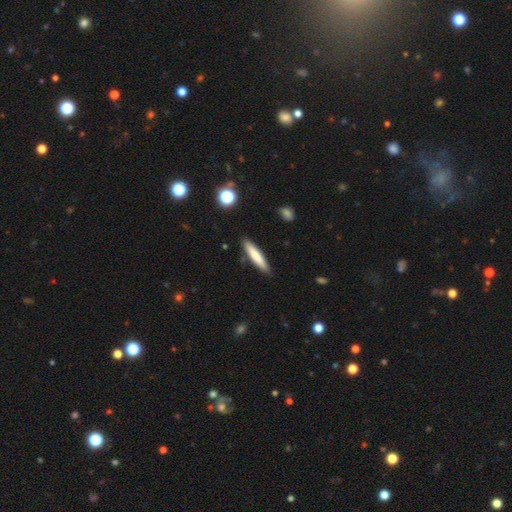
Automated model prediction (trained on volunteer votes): A smooth galaxy with no disk features (76%) that is cigar-shaped (88%). Merging: none (88%).